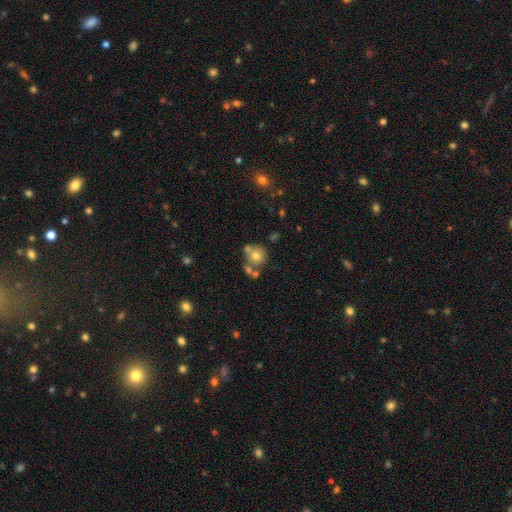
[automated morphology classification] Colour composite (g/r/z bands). It shows a smooth galaxy with no disk features (68%) that is round (85%). Merging: none (51%).